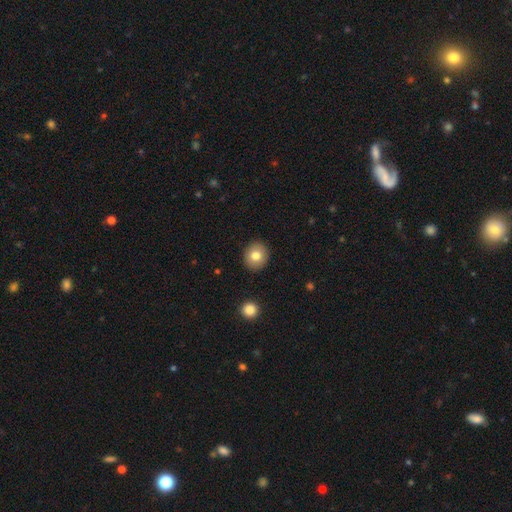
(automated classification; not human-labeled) Smooth or featured? Predicted: smooth (p=0.78). How rounded? Predicted: round (p=0.80). Merging? Predicted: none (p=0.90).